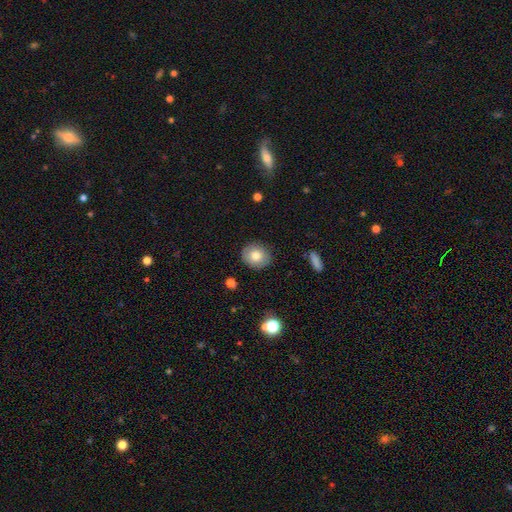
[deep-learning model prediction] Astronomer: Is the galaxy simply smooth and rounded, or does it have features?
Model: smooth — 79%.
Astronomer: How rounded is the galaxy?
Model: round — 76%.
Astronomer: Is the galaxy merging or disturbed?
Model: none — 88%.